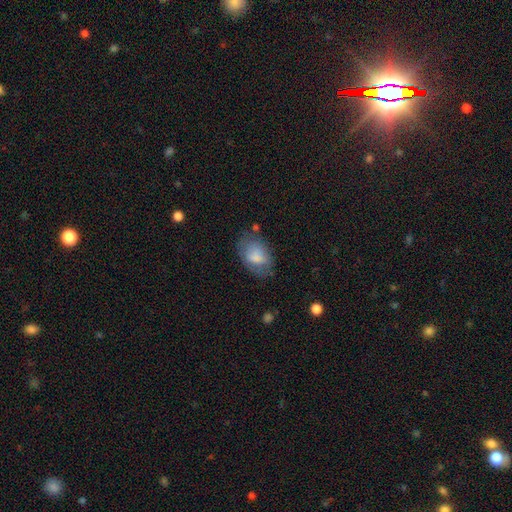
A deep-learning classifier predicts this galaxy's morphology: A smooth galaxy with no disk features (76%) that is in between round and cigar-shaped (86%).

Vote fractions:
- Smooth or featured? smooth: 76% / featured or disk: 16% / star or artifact: 8%
- How rounded? in between: 86% / round: 13% / cigar-shaped: 1%
- Merging? none: 54% / minor disturbance: 29% / major disturbance: 14% / merger: 4%